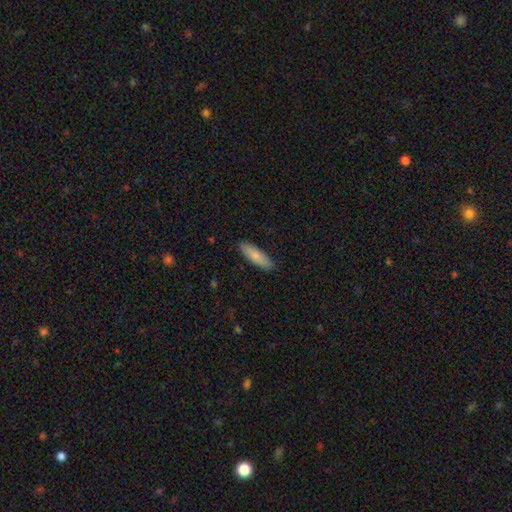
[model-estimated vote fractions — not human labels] This is likely a smooth galaxy (80%). How rounded: possibly cigar-shaped (51%). Merging: clearly none (89%).